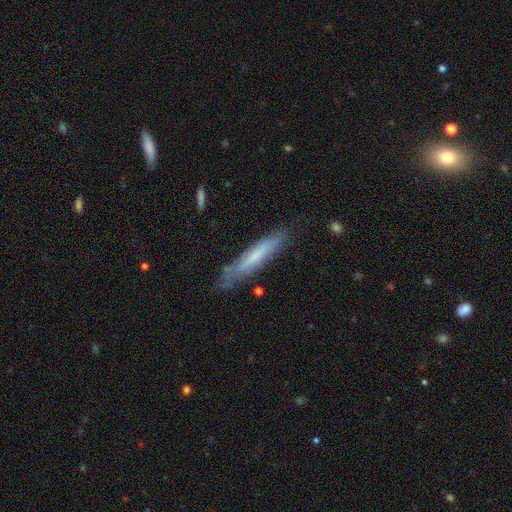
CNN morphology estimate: type=smooth (56%); roundness=cigar-shaped (90%); merging=none (75%).